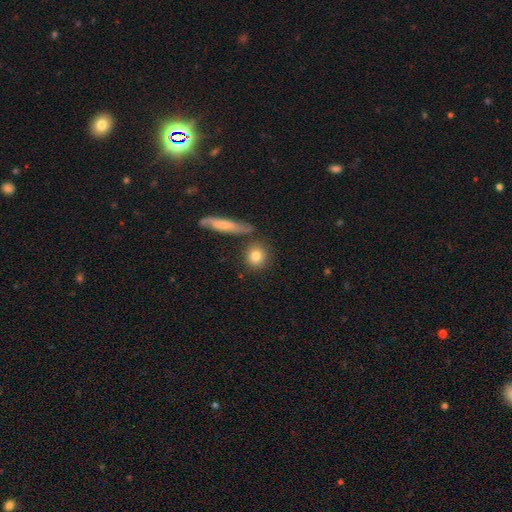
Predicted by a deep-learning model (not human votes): This is clearly a smooth galaxy (80%). How rounded: clearly round (81%). Merging: likely none (78%).